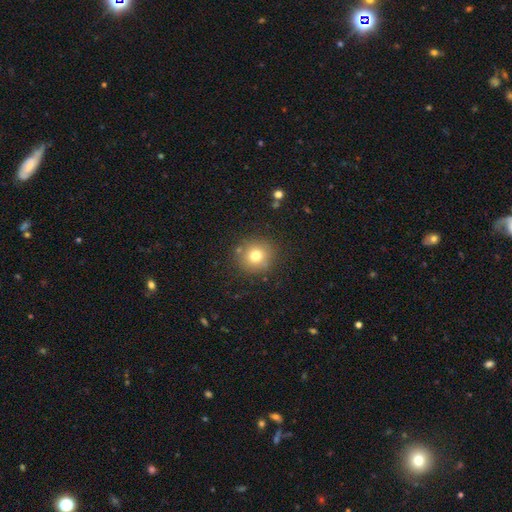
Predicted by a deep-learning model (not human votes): Morphology: type=smooth (74%); roundness=round (92%); merging=none (85%).